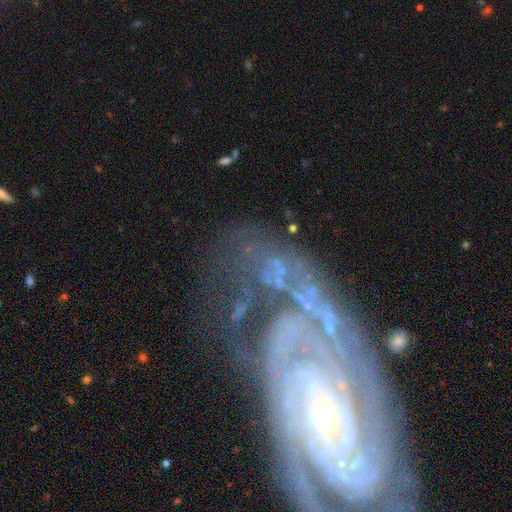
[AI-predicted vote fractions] Overall: featured or disk (79%). Edge-on disk: no (94%). Bar: no (61%; weak 24%). Spiral arms: yes (80%). Spiral arm count: can't tell (42%; 2 21%). Spiral winding: tight (67%). Bulge size: small (47%; moderate 37%). Merging: none (50%; major disturbance 25%).